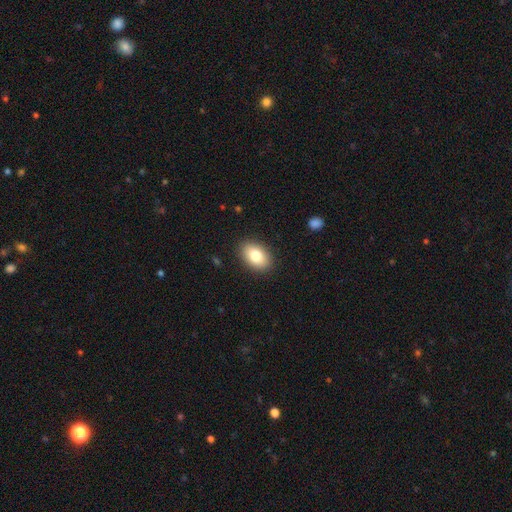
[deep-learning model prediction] A smooth galaxy with no disk features (81%) that is in between round and cigar-shaped (87%). Merging: none (89%).